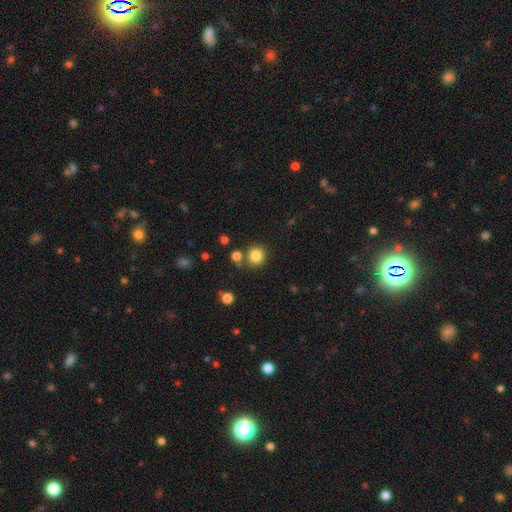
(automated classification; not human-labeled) Morphology: type=smooth (83%); roundness=round (92%); merging=none (81%).